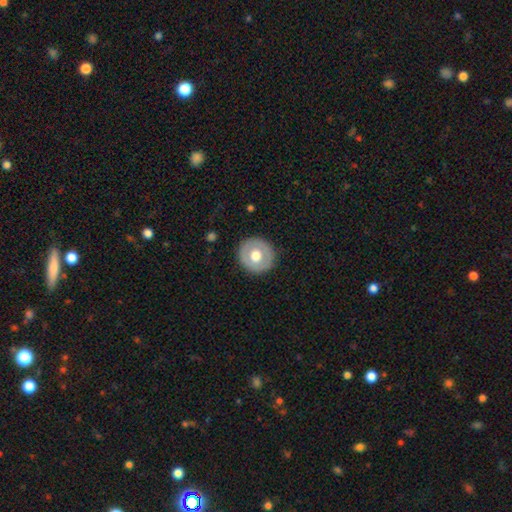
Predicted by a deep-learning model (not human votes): smooth_or_featured: smooth (p=0.57) [alt: featured or disk p=0.37]
how_rounded: round (p=0.92) [alt: in between p=0.07]
merging: none (p=0.89) [alt: minor disturbance p=0.08]